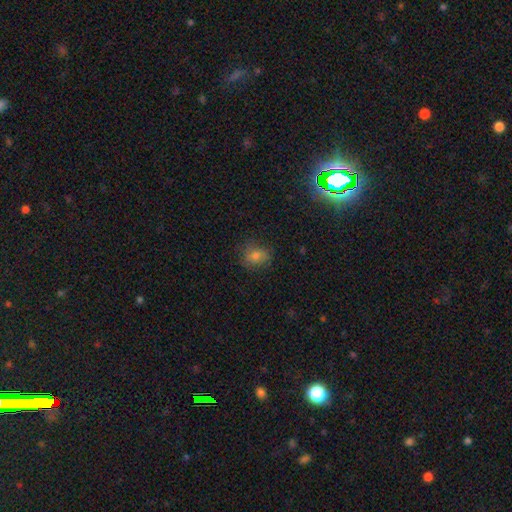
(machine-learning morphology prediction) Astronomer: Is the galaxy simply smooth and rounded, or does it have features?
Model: smooth — 65%.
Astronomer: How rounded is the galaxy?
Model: round — 64%.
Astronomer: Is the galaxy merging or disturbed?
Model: none — 77%.